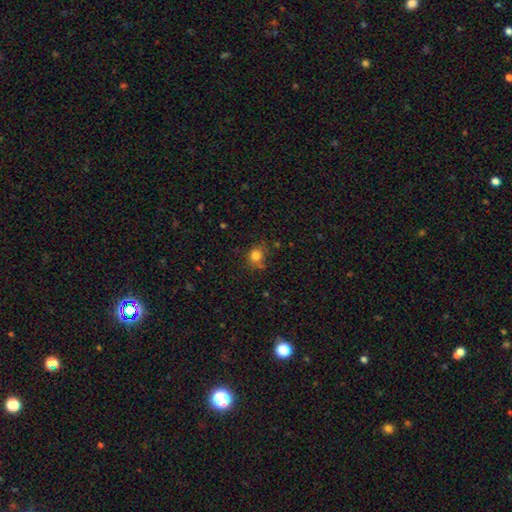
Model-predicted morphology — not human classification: Overall: smooth (81%). How rounded: round (76%). Merging: none (70%).